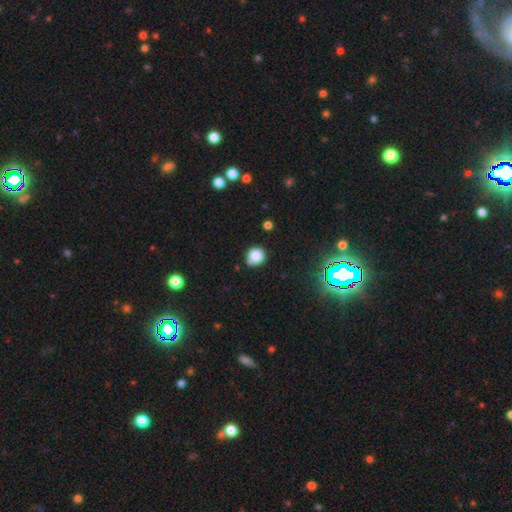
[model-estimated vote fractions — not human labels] smooth-or-featured: smooth: 81% | star or artifact: 12% | featured or disk: 7%
  how-rounded: round: 87% | in between: 12% | cigar-shaped: 1%
  merging: none: 67% | minor disturbance: 19% | merger: 10% | major disturbance: 4%